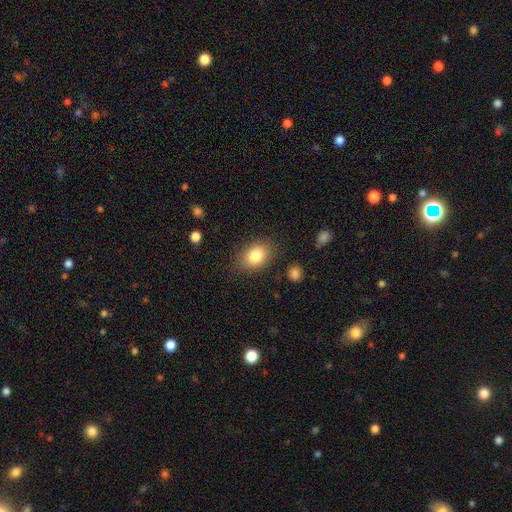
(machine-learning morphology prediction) A smooth galaxy with no disk features (82%) that is in between round and cigar-shaped (72%).

Vote fractions:
- Smooth or featured? smooth: 82% / featured or disk: 9% / star or artifact: 9%
- How rounded? in between: 72% / round: 27% / cigar-shaped: 1%
- Merging? none: 83% / minor disturbance: 11% / major disturbance: 4% / merger: 2%